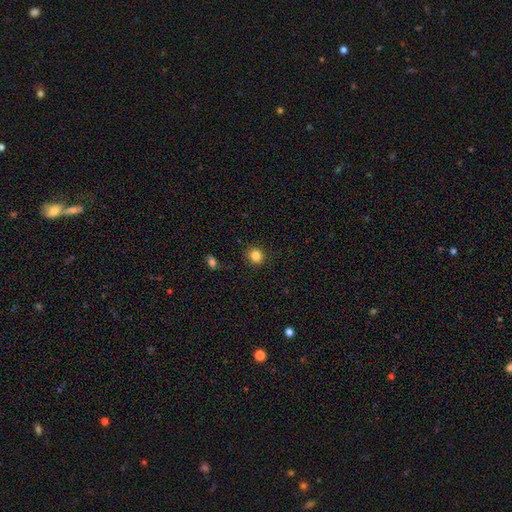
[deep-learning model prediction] smooth-or-featured: smooth: 84% | star or artifact: 12% | featured or disk: 5%
  how-rounded: round: 88% | in between: 12% | cigar-shaped: 1%
  merging: none: 90% | minor disturbance: 7% | major disturbance: 2% | merger: 1%